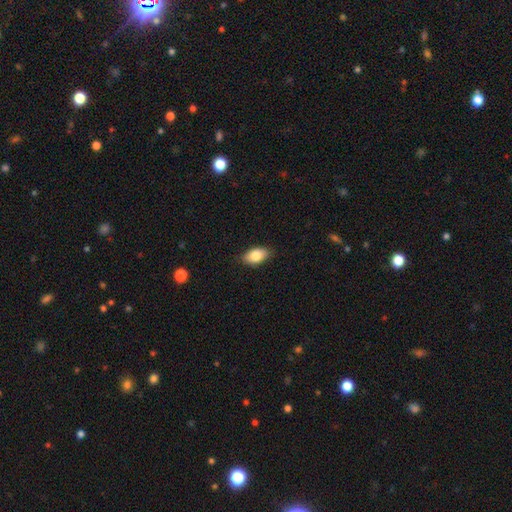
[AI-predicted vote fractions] Smooth or featured? Predicted: smooth (p=0.83). How rounded? Predicted: in between (p=0.92). Merging? Predicted: none (p=0.86).